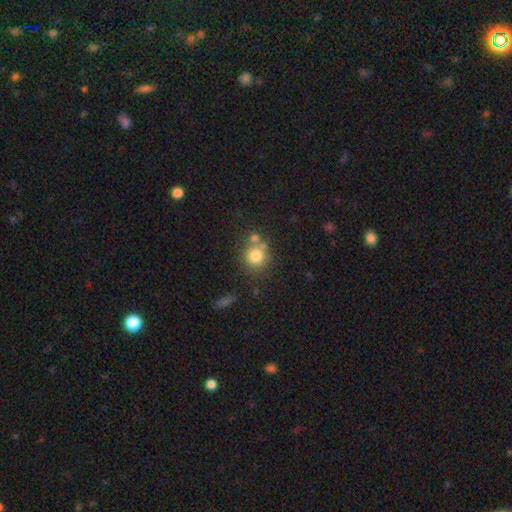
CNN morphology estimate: smooth-or-featured: smooth: 78% | star or artifact: 11% | featured or disk: 11%
  how-rounded: round: 88% | in between: 11% | cigar-shaped: 1%
  merging: none: 60% | merger: 24% | minor disturbance: 12% | major disturbance: 5%